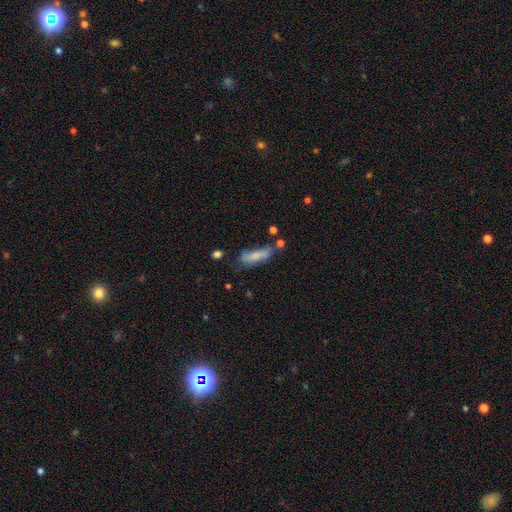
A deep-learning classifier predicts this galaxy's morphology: This appears to be a smooth galaxy with no disk features (73%) that is cigar-shaped (53%). Merging: none (49%).